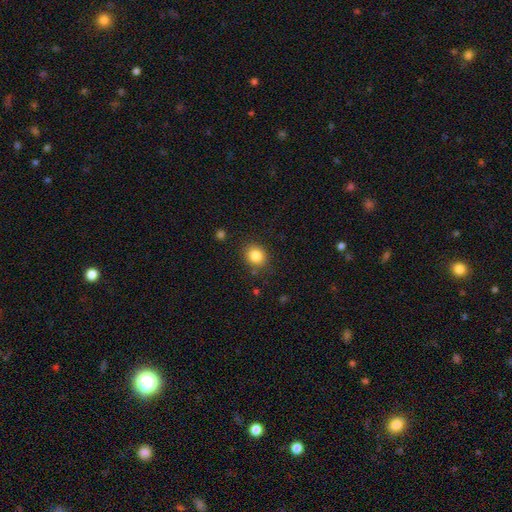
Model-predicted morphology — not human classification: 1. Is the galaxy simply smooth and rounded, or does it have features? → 84% smooth, 10% star or artifact, 6% featured or disk.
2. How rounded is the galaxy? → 65% round, 34% in between, 1% cigar-shaped.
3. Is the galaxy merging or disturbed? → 84% none, 11% minor disturbance, 3% major disturbance, 2% merger.